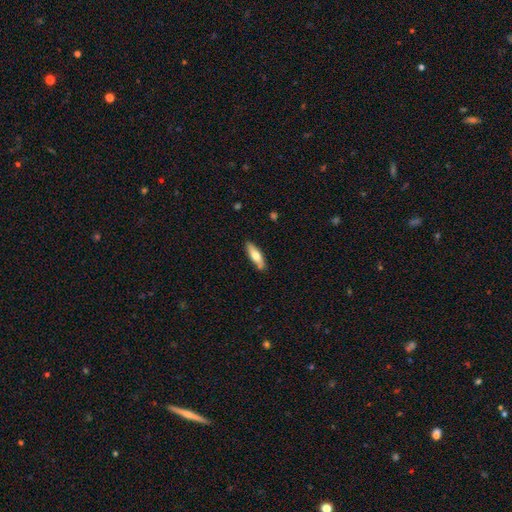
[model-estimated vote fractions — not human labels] Q: Smooth or featured?
A: smooth (61%); runner-up: featured or disk (34%)
Q: How rounded?
A: cigar-shaped (52%); runner-up: in between (46%)
Q: Merging?
A: none (84%); runner-up: minor disturbance (12%)